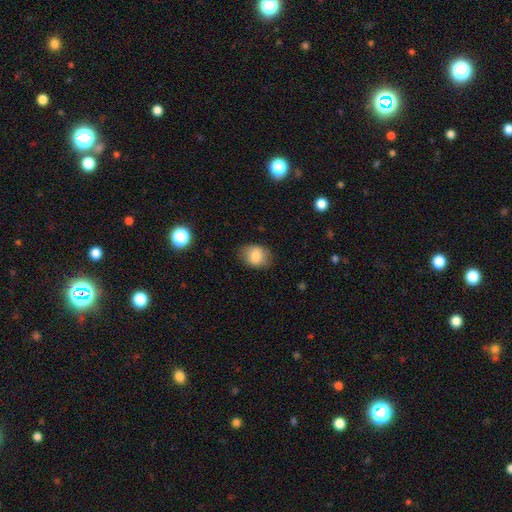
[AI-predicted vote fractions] smooth 82%, featured or disk 9%, star or artifact 8%. Down the decision tree: how rounded — in between (62%); merging — none (79%).